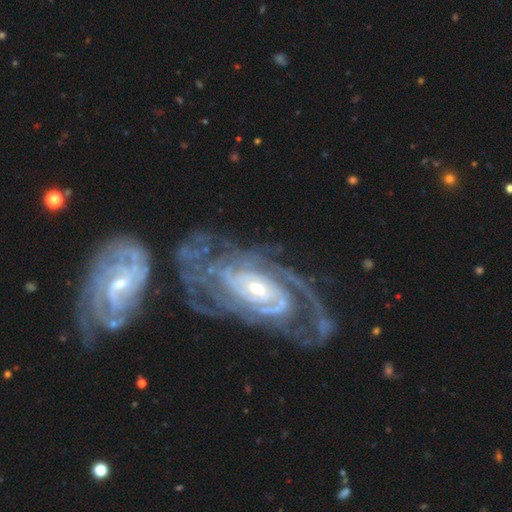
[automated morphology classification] Smooth or featured? Predicted: featured or disk (p=0.89). Edge-on disk? Predicted: no (p=0.95). Bar? Predicted: no (p=0.58). Spiral arms? Predicted: yes (p=0.96). Spiral winding? Predicted: tight (p=0.72). Spiral arm count? Predicted: can't tell (p=0.34). Bulge size? Predicted: small (p=0.60). Merging? Predicted: none (p=0.37).